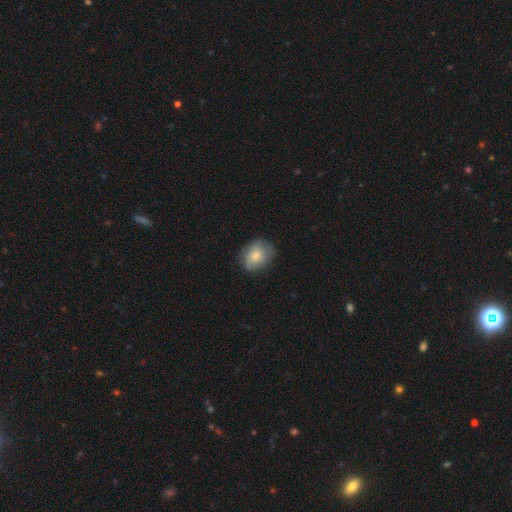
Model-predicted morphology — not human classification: smooth 74%, featured or disk 19%, star or artifact 7%. Down the decision tree: how rounded — round (51%); merging — none (74%).